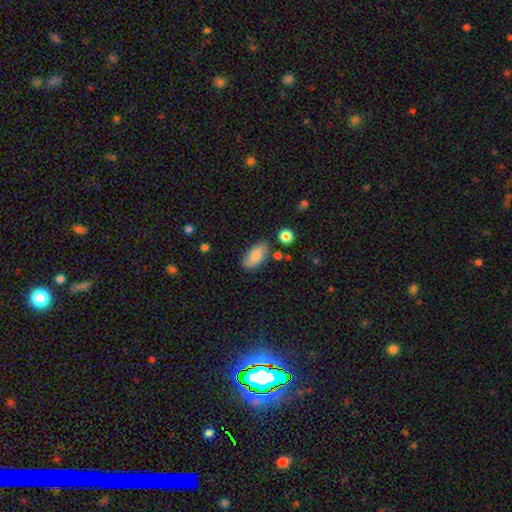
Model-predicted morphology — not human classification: Smooth or featured?
  - smooth: 76% *
  - featured or disk: 17%
  - star or artifact: 7%
How rounded?
  - in between: 92% *
  - cigar-shaped: 4%
  - round: 4%
Merging?
  - none: 74% *
  - minor disturbance: 17%
  - merger: 5%
  - major disturbance: 4%